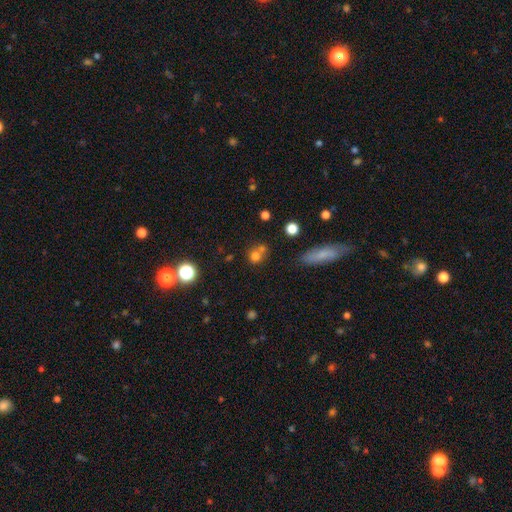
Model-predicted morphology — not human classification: A smooth galaxy with no disk features (71%) that is round (82%).

Vote fractions:
- Smooth or featured? smooth: 71% / star or artifact: 18% / featured or disk: 11%
- How rounded? round: 82% / in between: 16% / cigar-shaped: 1%
- Merging? none: 48% / merger: 38% / minor disturbance: 10% / major disturbance: 4%